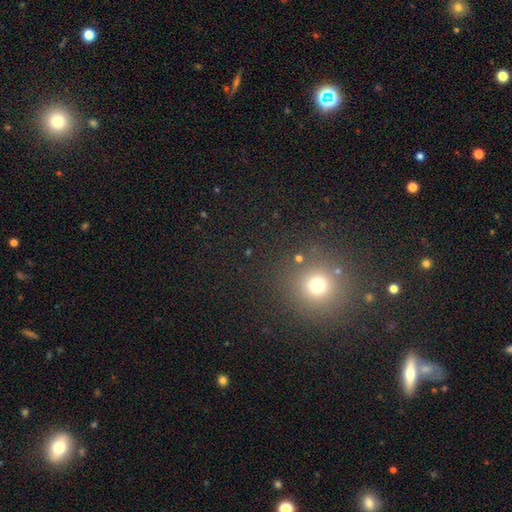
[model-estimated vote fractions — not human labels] Smooth or featured? smooth (47%)
Merging? none (87%)